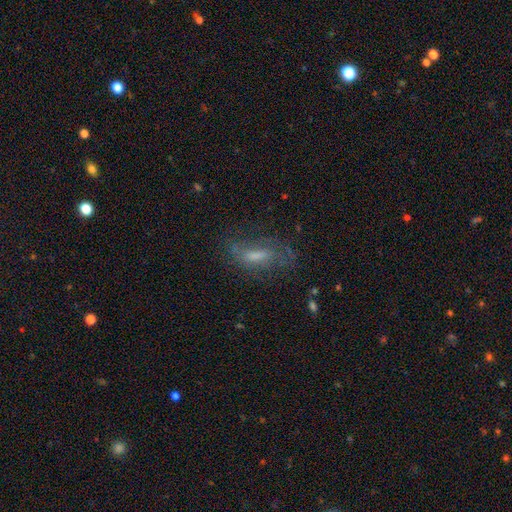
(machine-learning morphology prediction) Q: Smooth or featured?
A: featured or disk (51%); runner-up: smooth (37%)
Q: Edge-on disk?
A: no (81%); runner-up: yes (19%)
Q: Merging?
A: none (58%); runner-up: minor disturbance (22%)